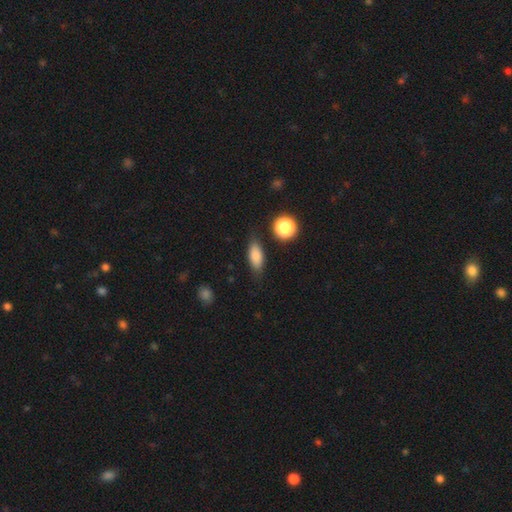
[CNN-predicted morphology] Smooth or featured?
  - smooth: 82% *
  - featured or disk: 9%
  - star or artifact: 9%
How rounded?
  - in between: 75% *
  - cigar-shaped: 19%
  - round: 6%
Merging?
  - none: 79% *
  - minor disturbance: 14%
  - major disturbance: 4%
  - merger: 3%